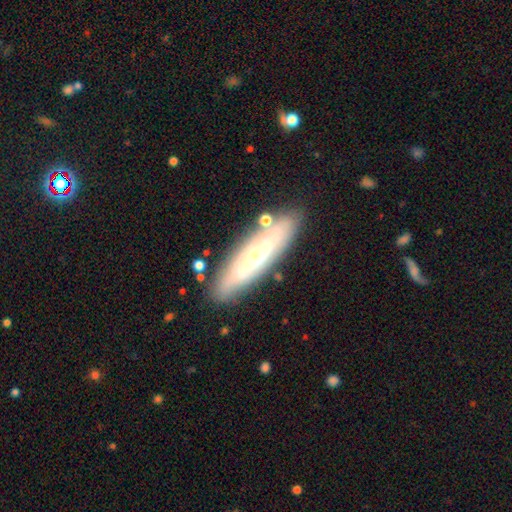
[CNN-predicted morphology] type=featured or disk (59%); edge-on=no (50%, tied with yes); merging=none (80%).